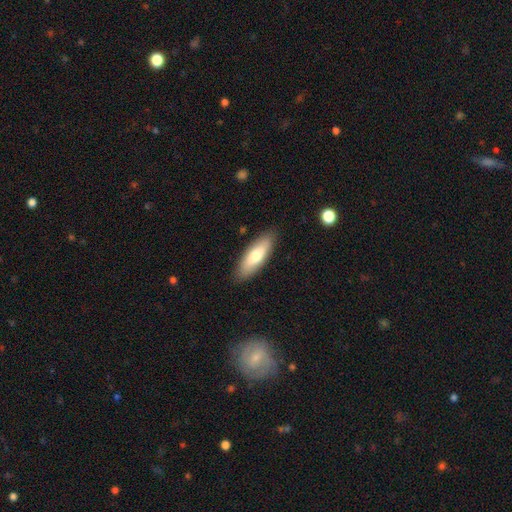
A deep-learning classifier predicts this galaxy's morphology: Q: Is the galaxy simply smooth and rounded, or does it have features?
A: smooth — 71%.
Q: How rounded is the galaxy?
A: in between — 60%.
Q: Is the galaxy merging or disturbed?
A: none — 88%.